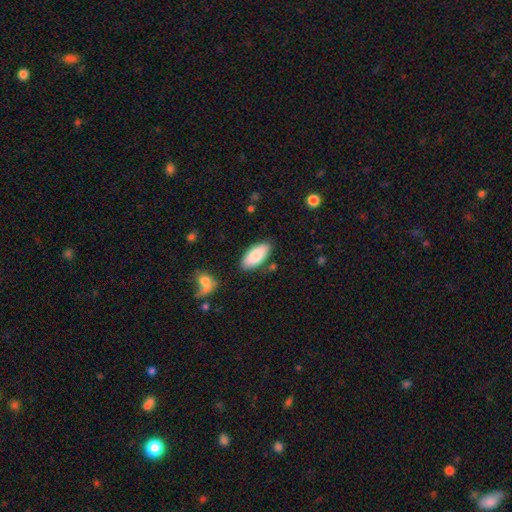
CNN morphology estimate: A smooth galaxy with no disk features (82%) that is in between round and cigar-shaped (91%). Merging: none (82%).